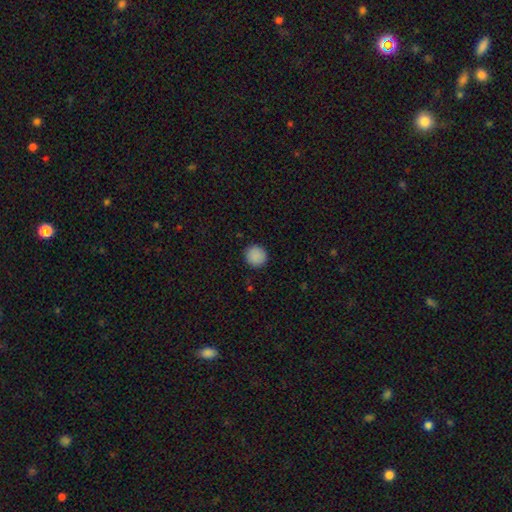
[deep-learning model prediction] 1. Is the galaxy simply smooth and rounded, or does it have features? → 89% smooth, 8% star or artifact, 3% featured or disk.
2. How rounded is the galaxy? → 91% round, 8% in between, 1% cigar-shaped.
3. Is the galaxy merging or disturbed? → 90% none, 7% minor disturbance, 2% major disturbance, 1% merger.